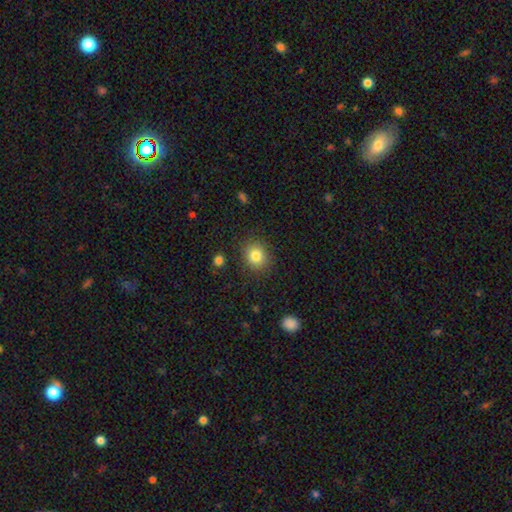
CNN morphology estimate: The model was most divided on "how rounded": round: 74%, in between: 25%, cigar-shaped: 1%. More confident: merging — none (86%); smooth or featured — smooth (83%).